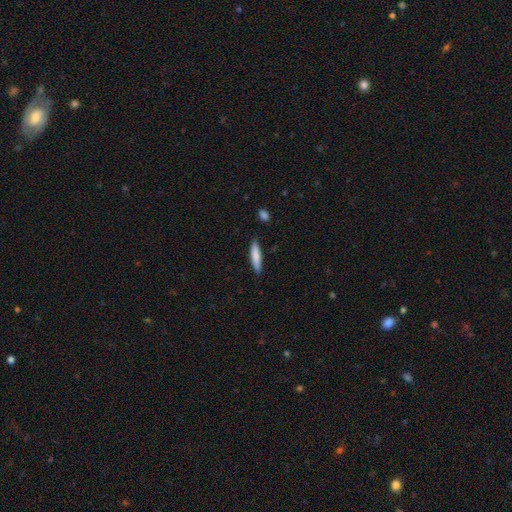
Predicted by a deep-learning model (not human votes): The model was most divided on "smooth or featured": smooth: 81%, featured or disk: 13%, star or artifact: 6%. More confident: merging — none (86%); how rounded — cigar-shaped (84%).